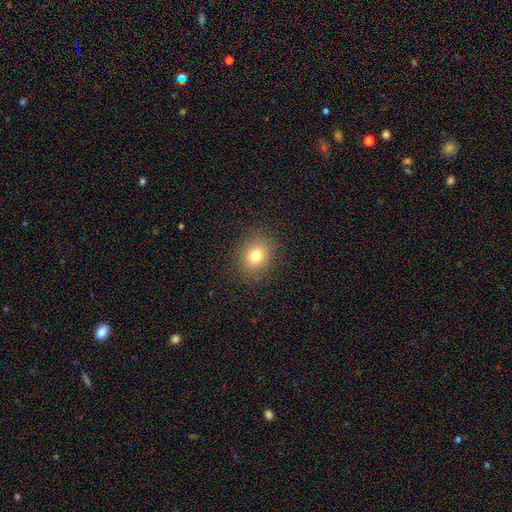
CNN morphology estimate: A smooth galaxy with no disk features (77%) that is round (60%).

Vote fractions:
- Smooth or featured? smooth: 77% / star or artifact: 13% / featured or disk: 10%
- How rounded? round: 60% / in between: 39% / cigar-shaped: 1%
- Merging? none: 87% / minor disturbance: 8% / major disturbance: 3% / merger: 1%